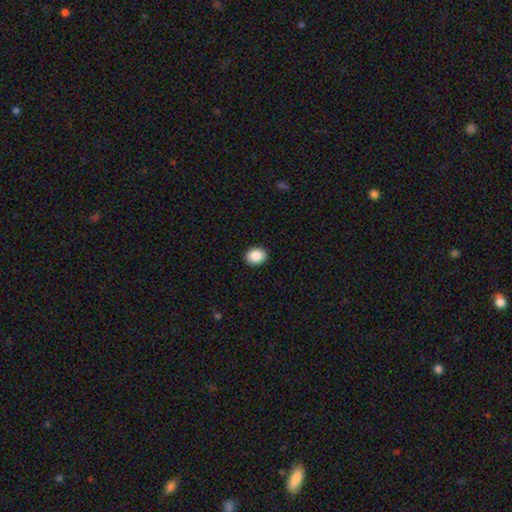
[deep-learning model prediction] This appears to be a smooth galaxy with no disk features (88%) that is in between round and cigar-shaped (54%). Merging: none (92%).